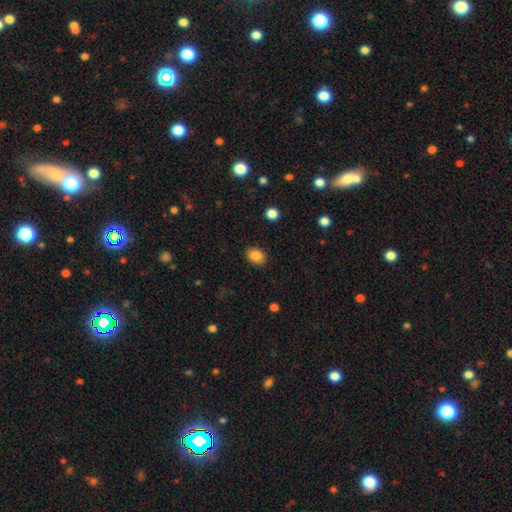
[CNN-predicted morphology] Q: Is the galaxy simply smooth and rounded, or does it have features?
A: smooth — 86%.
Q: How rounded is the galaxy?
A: in between — 59%.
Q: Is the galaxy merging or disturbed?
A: none — 88%.